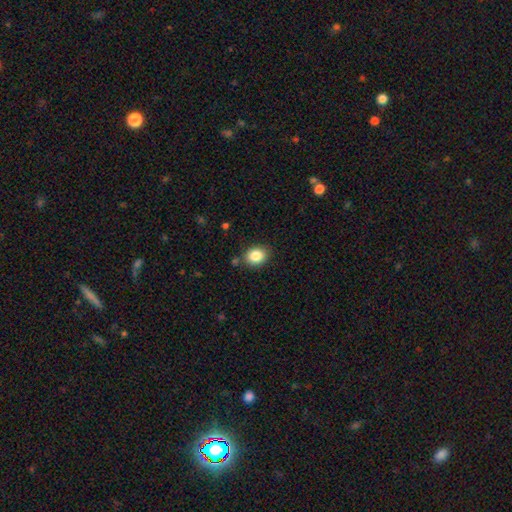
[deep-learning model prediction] This appears to be a smooth galaxy with no disk features (85%) that is round (57%). Merging: none (83%).